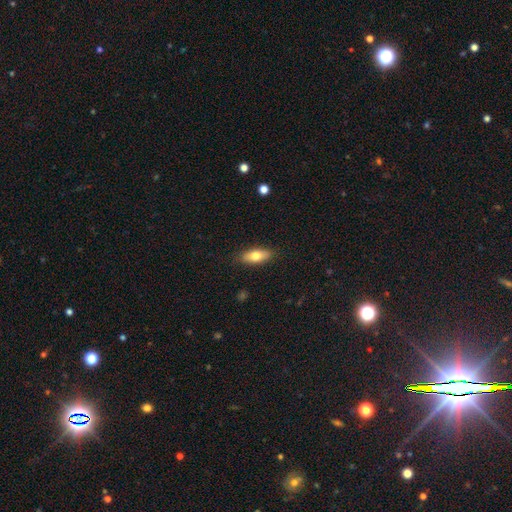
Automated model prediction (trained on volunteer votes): Morphology: type=smooth (73%); roundness=in between (76%); merging=none (87%).